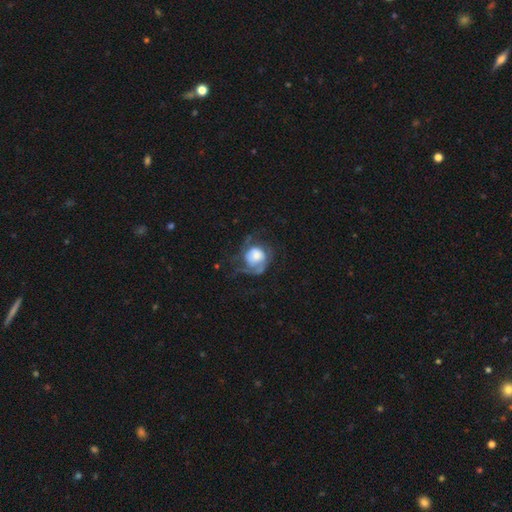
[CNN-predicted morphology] Overall: featured or disk (54%; smooth 38%). Edge-on disk: no (97%). Bar: no (79%). Spiral arms: yes (73%). Bulge size: large (41%; moderate 27%). Merging: none (42%; major disturbance 35%).